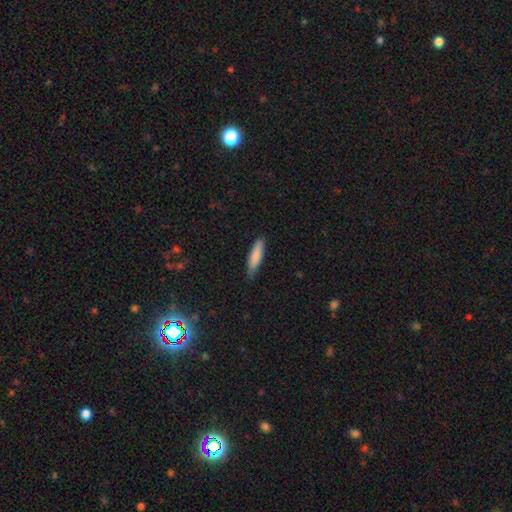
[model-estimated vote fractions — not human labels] A smooth galaxy with no disk features (84%) that is cigar-shaped (72%). Merging: none (81%).